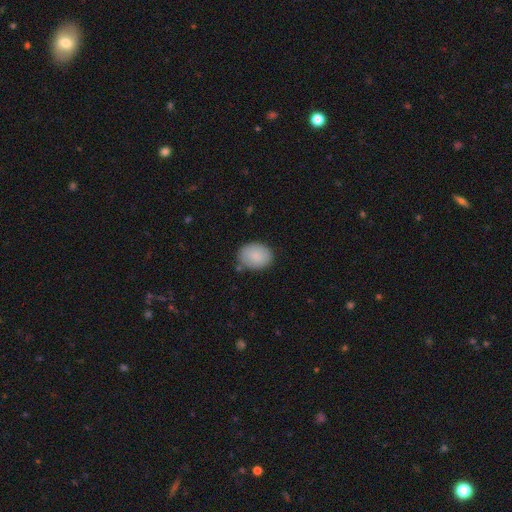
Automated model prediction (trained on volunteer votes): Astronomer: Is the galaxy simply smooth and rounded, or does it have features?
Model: smooth — 88%.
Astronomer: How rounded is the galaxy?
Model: in between — 63%.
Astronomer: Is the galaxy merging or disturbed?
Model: none — 80%.